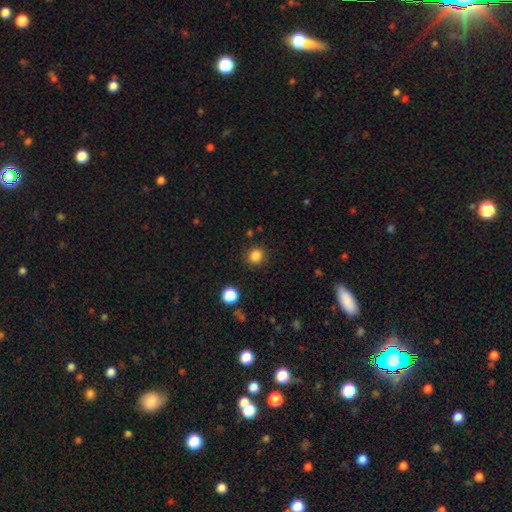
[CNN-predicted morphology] Smooth or featured? smooth (85%)
How rounded? round (90%)
Merging? none (89%)